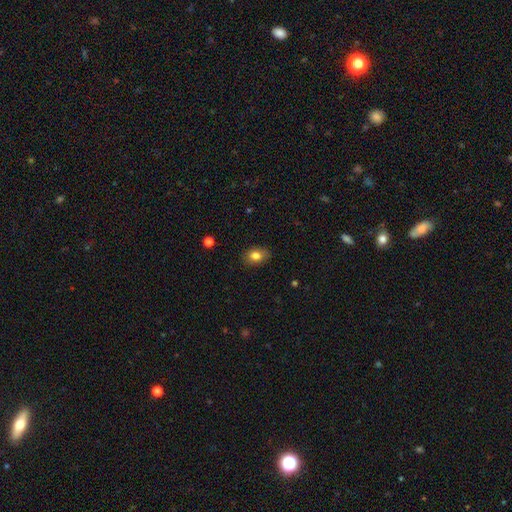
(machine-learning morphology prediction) The model was most divided on "how rounded": in between: 71%, round: 28%, cigar-shaped: 1%. More confident: merging — none (85%); smooth or featured — smooth (81%).